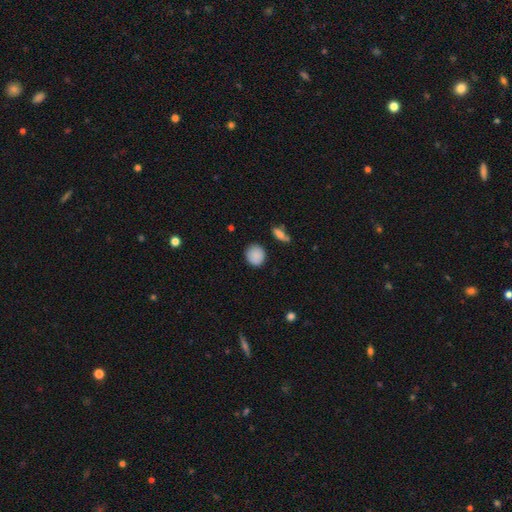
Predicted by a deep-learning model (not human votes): Smooth or featured: smooth — 87% (star or artifact — 8%)
How rounded: round — 81% (in between — 18%)
Merging: none — 84% (minor disturbance — 12%)